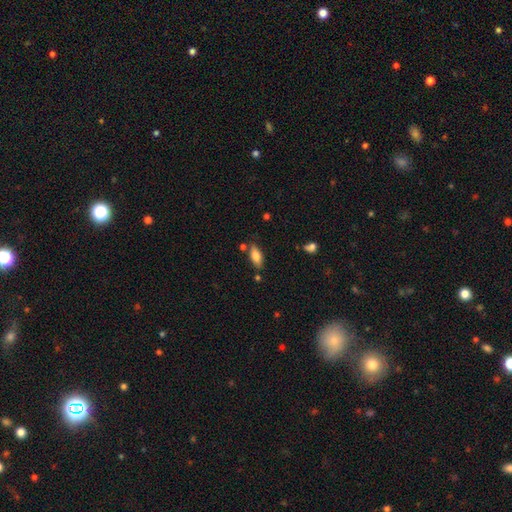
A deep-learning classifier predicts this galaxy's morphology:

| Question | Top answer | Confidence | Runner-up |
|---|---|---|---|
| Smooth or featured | smooth | 77% | featured or disk (16%) |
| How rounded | in between | 80% | cigar-shaped (17%) |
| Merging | none | 76% | minor disturbance (15%) |